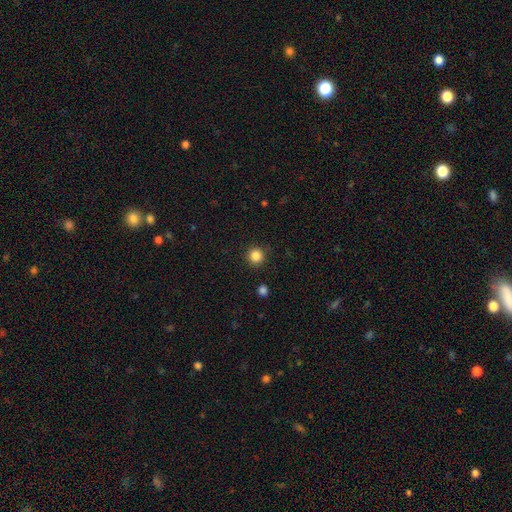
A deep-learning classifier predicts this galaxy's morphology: smooth_or_featured: smooth (p=0.85) [alt: star or artifact p=0.11]
how_rounded: round (p=0.95) [alt: in between p=0.04]
merging: none (p=0.91) [alt: minor disturbance p=0.05]